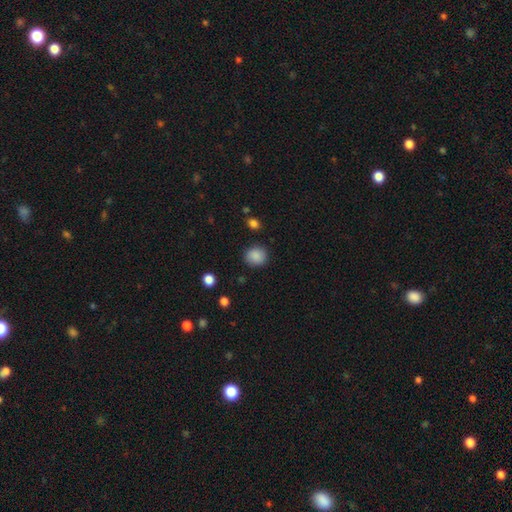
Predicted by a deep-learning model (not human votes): A smooth galaxy with no disk features (87%) that is round (82%).

Vote fractions:
- Smooth or featured? smooth: 87% / star or artifact: 9% / featured or disk: 4%
- How rounded? round: 82% / in between: 17% / cigar-shaped: 1%
- Merging? none: 86% / minor disturbance: 9% / major disturbance: 3% / merger: 2%